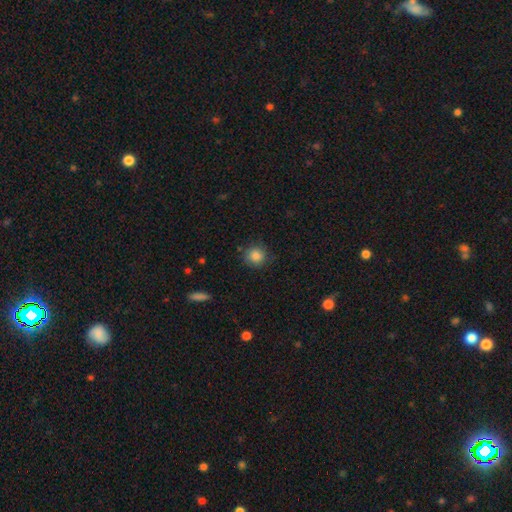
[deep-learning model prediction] A smooth galaxy with no disk features (86%) that is round (91%).

Vote fractions:
- Smooth or featured? smooth: 86% / star or artifact: 10% / featured or disk: 5%
- How rounded? round: 91% / in between: 8% / cigar-shaped: 1%
- Merging? none: 83% / minor disturbance: 12% / major disturbance: 3% / merger: 2%